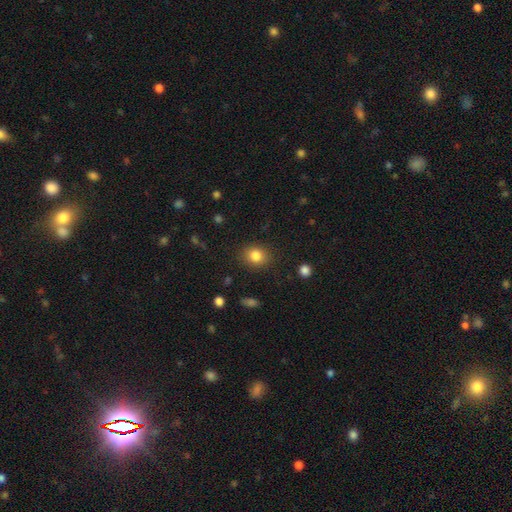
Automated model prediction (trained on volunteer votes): Smooth or featured? Predicted: smooth (p=0.83). How rounded? Predicted: round (p=0.62). Merging? Predicted: none (p=0.87).